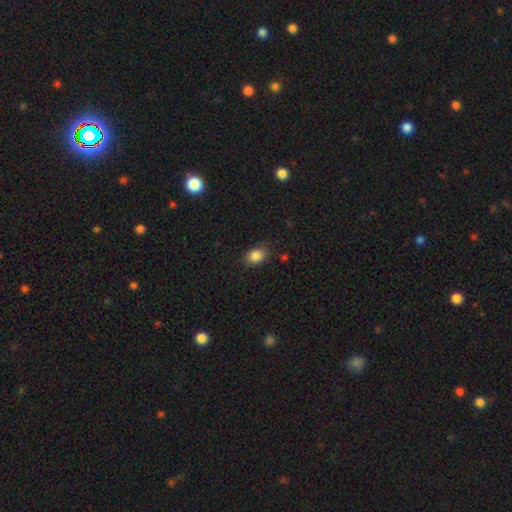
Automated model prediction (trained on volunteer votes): Q: Smooth or featured?
A: smooth (86%); runner-up: star or artifact (9%)
Q: How rounded?
A: in between (71%); runner-up: round (28%)
Q: Merging?
A: none (80%); runner-up: minor disturbance (15%)